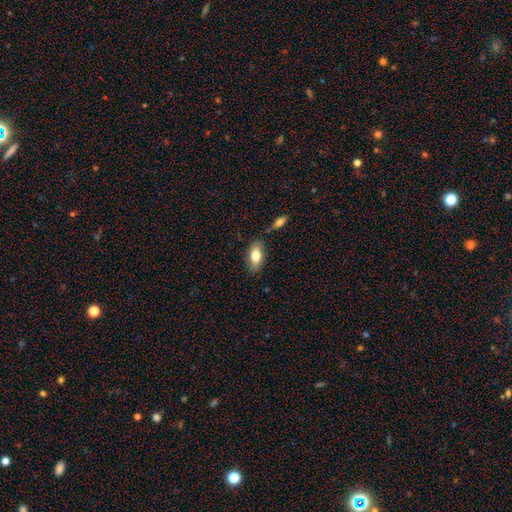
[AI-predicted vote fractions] This appears to be a smooth galaxy with no disk features (78%) that is in between round and cigar-shaped (89%). Merging: none (77%).